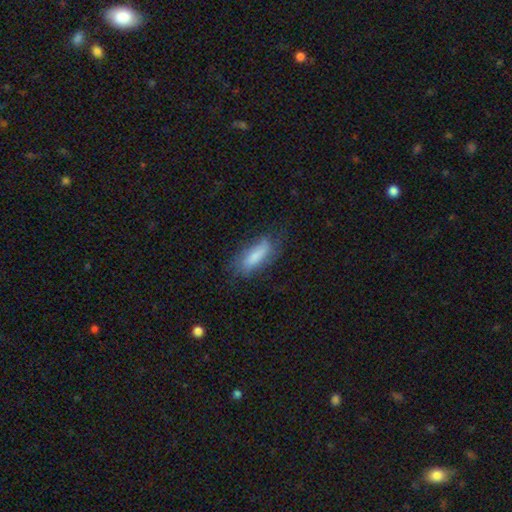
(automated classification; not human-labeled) smooth-or-featured: smooth: 73% | featured or disk: 20% | star or artifact: 7%
  how-rounded: in between: 63% | cigar-shaped: 35% | round: 2%
  merging: none: 64% | minor disturbance: 24% | major disturbance: 10% | merger: 2%